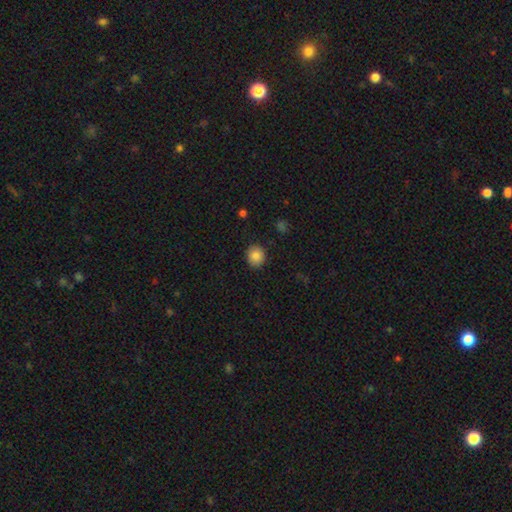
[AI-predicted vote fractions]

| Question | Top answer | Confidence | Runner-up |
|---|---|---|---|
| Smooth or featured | smooth | 84% | star or artifact (9%) |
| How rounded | round | 80% | in between (19%) |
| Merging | none | 89% | minor disturbance (8%) |